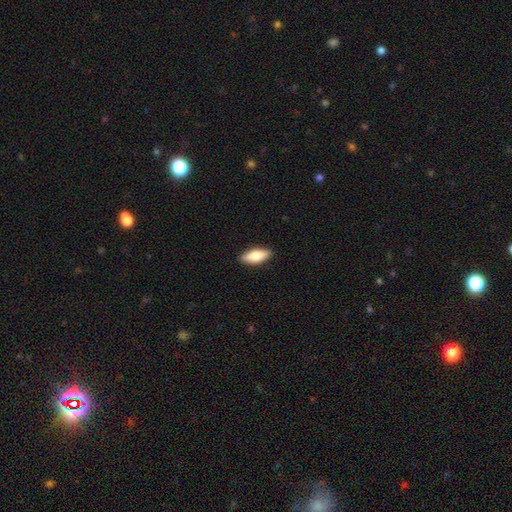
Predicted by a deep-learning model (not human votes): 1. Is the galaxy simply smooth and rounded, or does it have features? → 76% smooth, 19% featured or disk, 6% star or artifact.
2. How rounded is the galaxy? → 72% in between, 26% cigar-shaped, 2% round.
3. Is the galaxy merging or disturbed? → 90% none, 8% minor disturbance, 2% major disturbance, 1% merger.